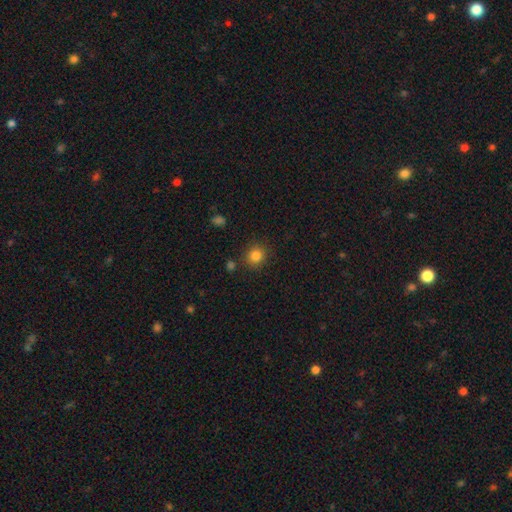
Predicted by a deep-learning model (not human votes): A smooth galaxy with no disk features (84%) that is round (88%).

Vote fractions:
- Smooth or featured? smooth: 84% / star or artifact: 11% / featured or disk: 5%
- How rounded? round: 88% / in between: 11% / cigar-shaped: 1%
- Merging? none: 85% / minor disturbance: 9% / merger: 4% / major disturbance: 3%